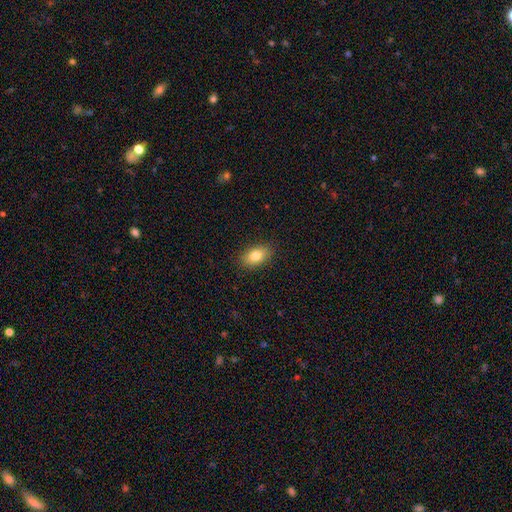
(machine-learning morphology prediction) Overall: smooth (81%). How rounded: in between (89%). Merging: none (88%).